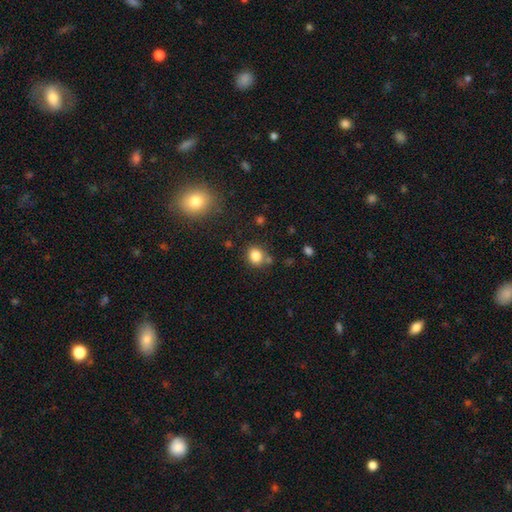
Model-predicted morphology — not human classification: Smooth or featured? smooth (82%)
How rounded? round (74%)
Merging? none (76%)